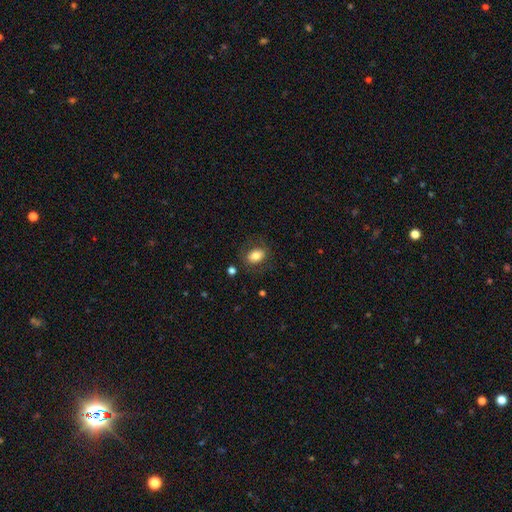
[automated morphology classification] Smooth or featured? Predicted: smooth (p=0.79). How rounded? Predicted: in between (p=0.79). Merging? Predicted: none (p=0.80).